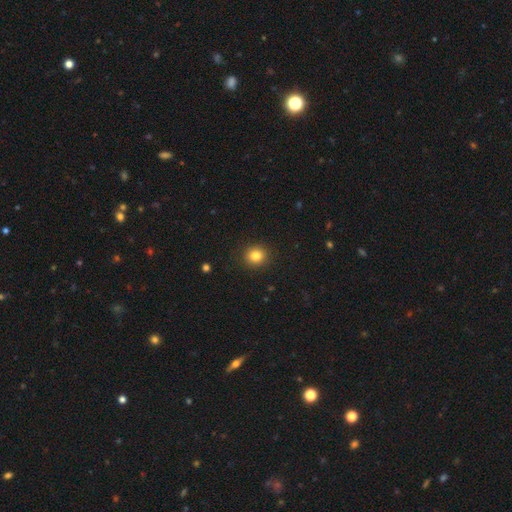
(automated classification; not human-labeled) A smooth galaxy with no disk features (84%) that is round (82%). Merging: none (91%).